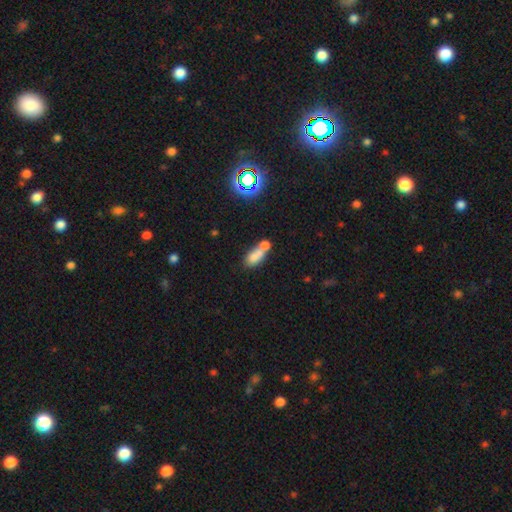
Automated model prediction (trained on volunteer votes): Smooth or featured? Predicted: smooth (p=0.70). How rounded? Predicted: in between (p=0.80). Merging? Predicted: merger (p=0.55).